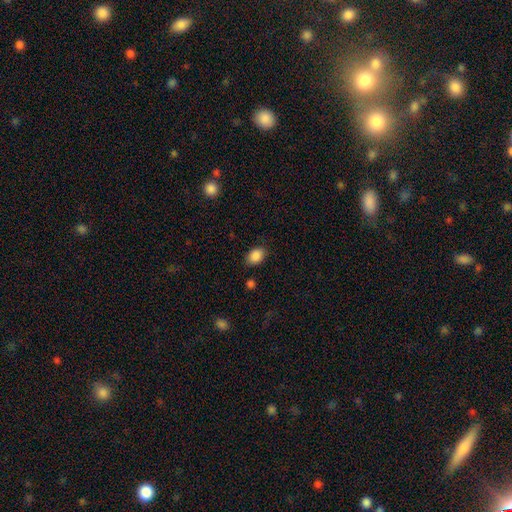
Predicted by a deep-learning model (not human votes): Smooth or featured? Predicted: smooth (p=0.88). How rounded? Predicted: in between (p=0.78). Merging? Predicted: none (p=0.82).